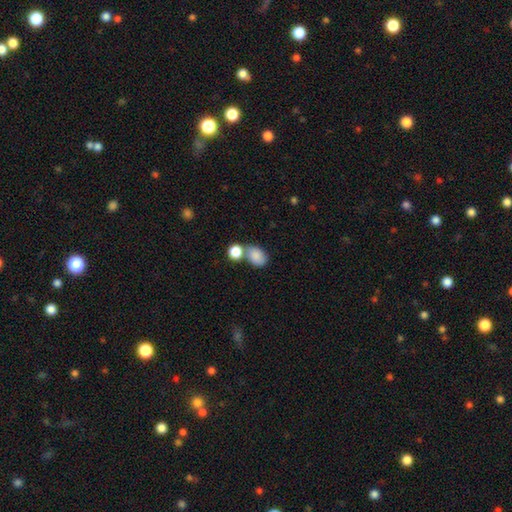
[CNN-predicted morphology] smooth-or-featured: smooth: 84% | star or artifact: 9% | featured or disk: 7%
  how-rounded: in between: 73% | round: 26% | cigar-shaped: 1%
  merging: none: 44% | merger: 38% | minor disturbance: 12% | major disturbance: 5%